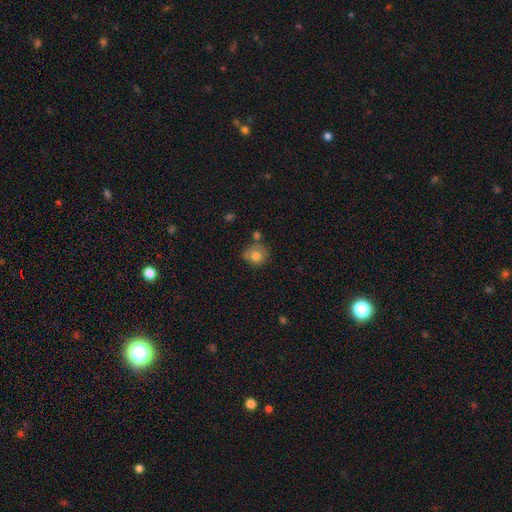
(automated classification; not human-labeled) smooth 76%, featured or disk 15%, star or artifact 9%. Down the decision tree: how rounded — round (79%); merging — none (57%).